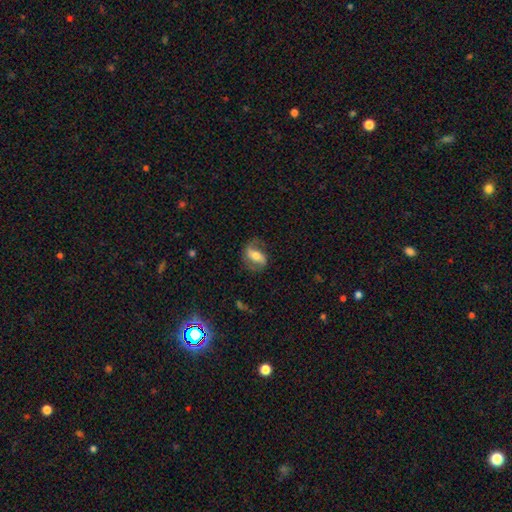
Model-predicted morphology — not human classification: This is likely a featured or disk galaxy (62%). It is clearly not viewed edge-on (90%). Bar: possibly strong (49%). Spiral arm pattern: likely yes (78%). Central bulge: likely moderate (63%). Merging: likely none (70%).